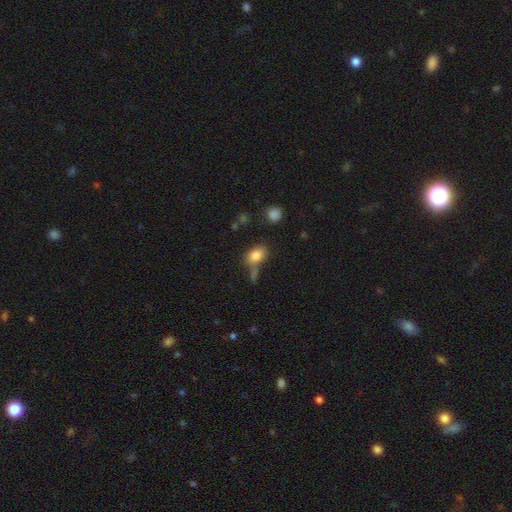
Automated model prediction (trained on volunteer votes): A smooth galaxy with no disk features (81%) that is in between round and cigar-shaped (78%).

Vote fractions:
- Smooth or featured? smooth: 81% / star or artifact: 10% / featured or disk: 9%
- How rounded? in between: 78% / round: 20% / cigar-shaped: 2%
- Merging? none: 55% / merger: 21% / minor disturbance: 17% / major disturbance: 8%